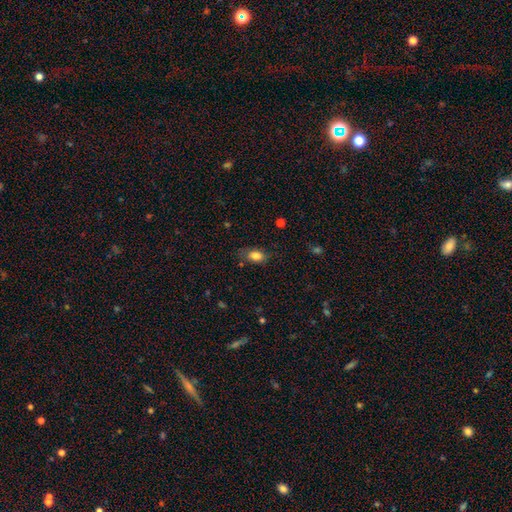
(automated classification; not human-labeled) Smooth or featured? smooth (83%)
How rounded? in between (85%)
Merging? none (72%)